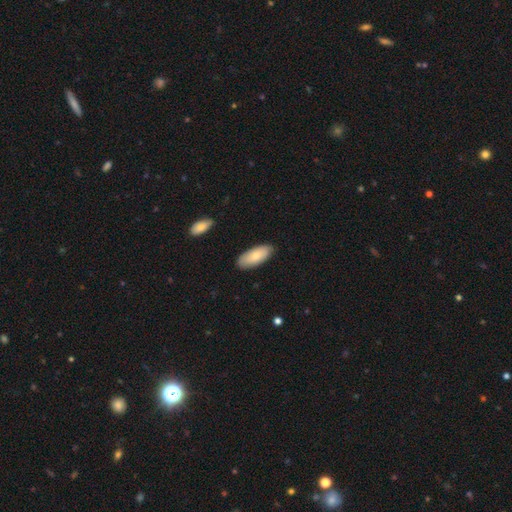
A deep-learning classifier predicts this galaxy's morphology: Smooth or featured: smooth — 81% (featured or disk — 14%)
How rounded: in between — 88% (cigar-shaped — 10%)
Merging: none — 87% (minor disturbance — 10%)